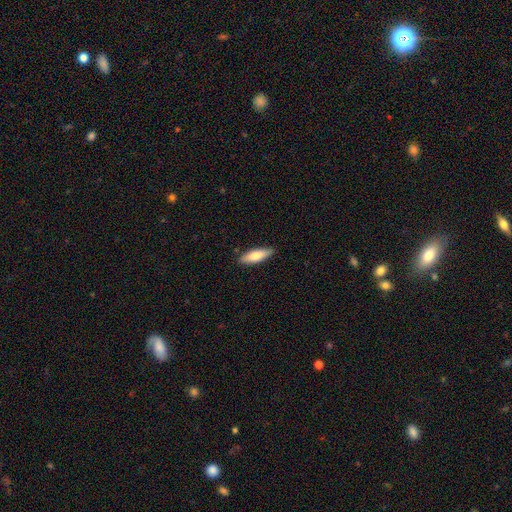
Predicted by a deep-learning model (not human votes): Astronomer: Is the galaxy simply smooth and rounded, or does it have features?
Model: smooth — 75%.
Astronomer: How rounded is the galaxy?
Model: cigar-shaped — 53% (runner-up: in between, 45%).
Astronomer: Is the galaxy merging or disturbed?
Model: none — 87%.